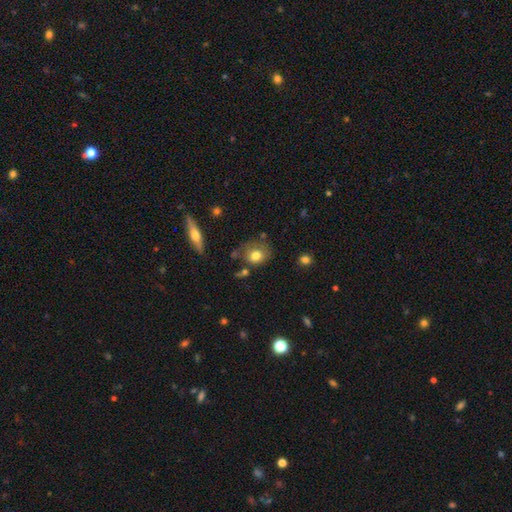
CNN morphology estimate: A smooth galaxy with no disk features (77%) that is round (70%). Merging: none (64%).